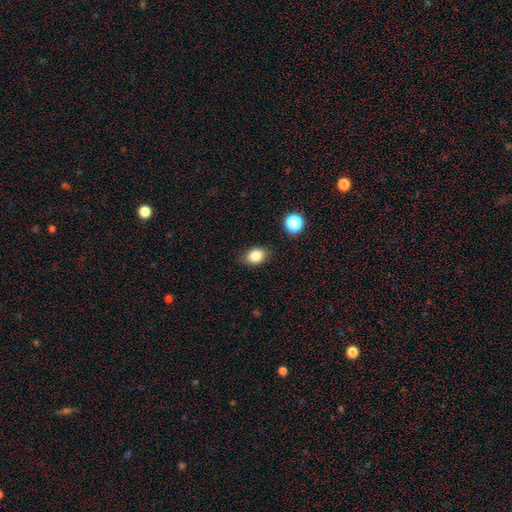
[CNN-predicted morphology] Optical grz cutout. It shows a smooth galaxy with no disk features (84%) that is in between round and cigar-shaped (60%). Merging: none (81%).